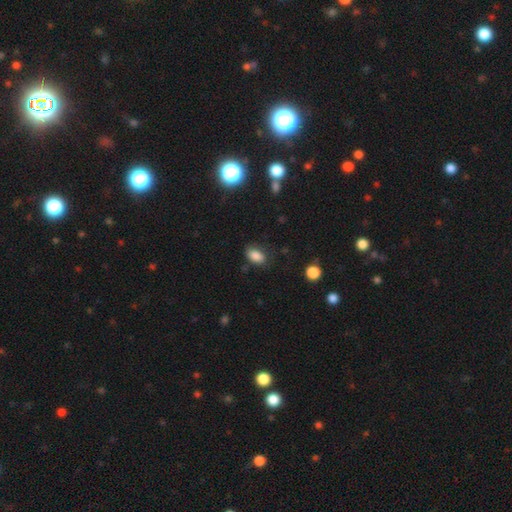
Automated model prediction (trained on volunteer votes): Smooth or featured?
  - smooth: 86% *
  - star or artifact: 9%
  - featured or disk: 5%
How rounded?
  - in between: 88% *
  - round: 10%
  - cigar-shaped: 2%
Merging?
  - none: 76% *
  - minor disturbance: 18%
  - major disturbance: 5%
  - merger: 2%